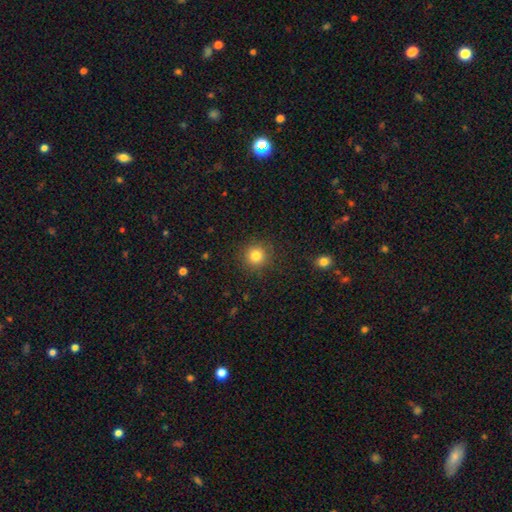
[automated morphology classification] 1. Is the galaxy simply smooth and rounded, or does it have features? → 82% smooth, 12% star or artifact, 6% featured or disk.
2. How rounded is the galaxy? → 94% round, 5% in between, 1% cigar-shaped.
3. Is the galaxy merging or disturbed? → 89% none, 7% minor disturbance, 3% major disturbance, 1% merger.